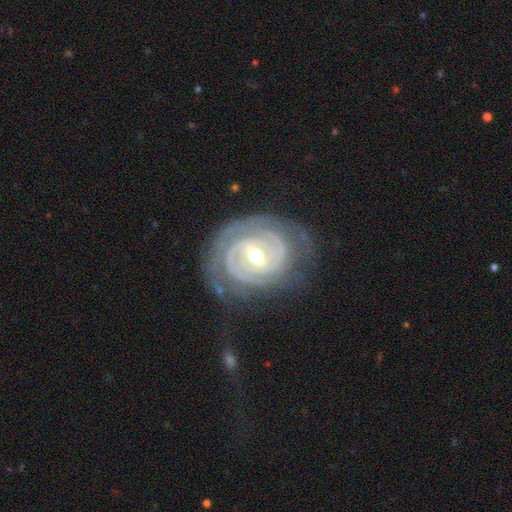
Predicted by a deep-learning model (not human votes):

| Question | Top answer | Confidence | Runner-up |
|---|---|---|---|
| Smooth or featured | featured or disk | 90% | smooth (6%) |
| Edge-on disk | no | 97% | yes (3%) |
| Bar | weak | 47% | strong (33%) |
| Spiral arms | yes | 96% | no (4%) |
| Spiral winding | tight | 81% | medium (15%) |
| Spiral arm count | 2 | 42% | can't tell (22%) |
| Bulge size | moderate | 68% | small (26%) |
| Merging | none | 73% | minor disturbance (17%) |